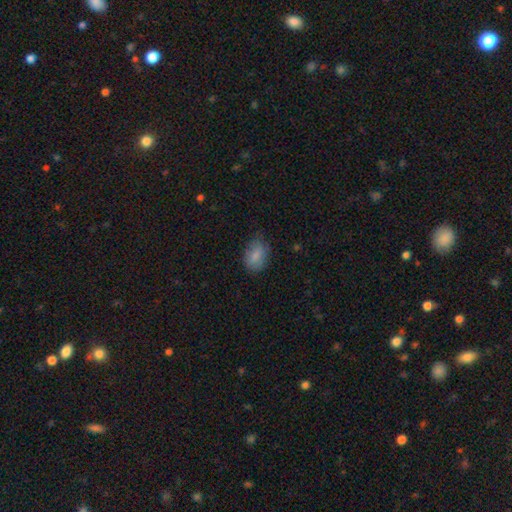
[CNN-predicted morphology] Q: Smooth or featured?
A: smooth (83%); runner-up: featured or disk (9%)
Q: How rounded?
A: in between (85%); runner-up: round (14%)
Q: Merging?
A: none (68%); runner-up: minor disturbance (24%)